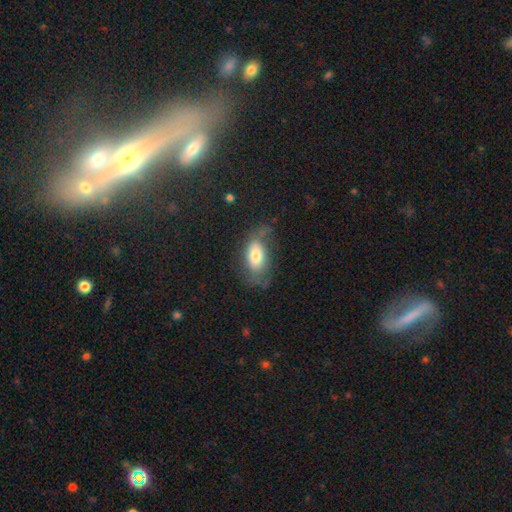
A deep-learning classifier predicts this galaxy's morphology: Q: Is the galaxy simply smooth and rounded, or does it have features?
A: smooth — 70%.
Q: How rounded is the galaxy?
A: in between — 90%.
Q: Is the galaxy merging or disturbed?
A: none — 52%.